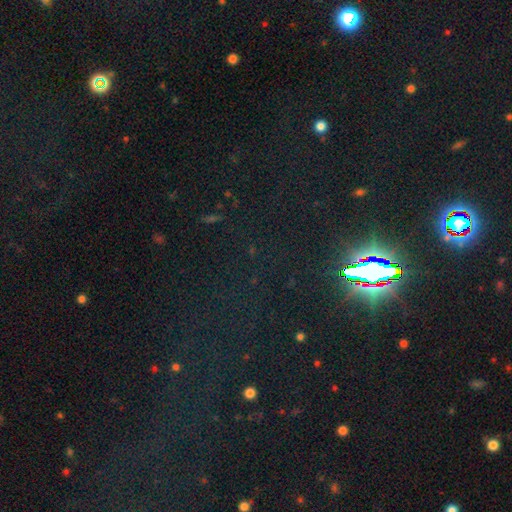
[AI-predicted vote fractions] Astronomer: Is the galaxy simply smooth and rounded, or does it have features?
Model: star or artifact — 81%.